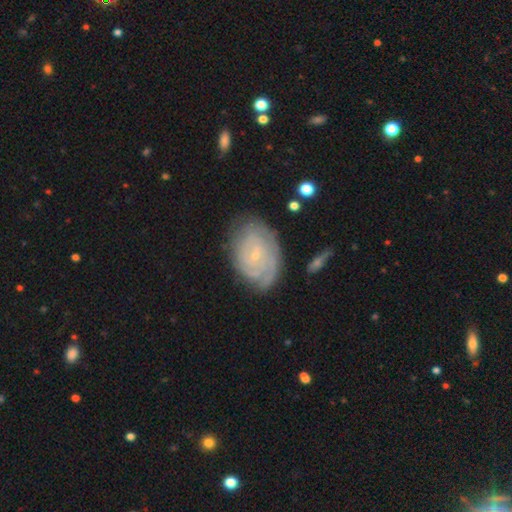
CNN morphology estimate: smooth-or-featured: featured or disk: 76% | smooth: 18% | star or artifact: 6%
  disk-edge-on: no: 96% | yes: 4%
    bar: no: 65% | weak: 30% | strong: 5%
    has-spiral-arms: yes: 90% | no: 10%
      spiral-winding: tight: 75% | medium: 19% | loose: 6%
      spiral-arm-count: can't tell: 48% | 2: 20% | 3: 13% | 4: 9% | more than 4: 5% | 1: 5%
    bulge-size: small: 81% | moderate: 13% | none: 3% | large: 1% | dominant: 1%
  merging: none: 70% | minor disturbance: 21% | major disturbance: 7% | merger: 2%